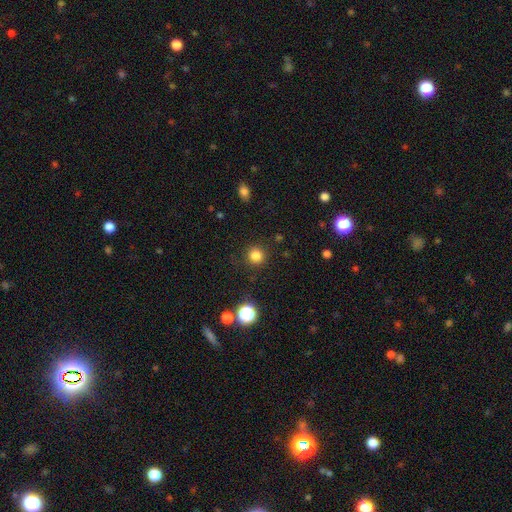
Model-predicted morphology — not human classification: A smooth galaxy with no disk features (82%) that is round (94%). Merging: none (89%).